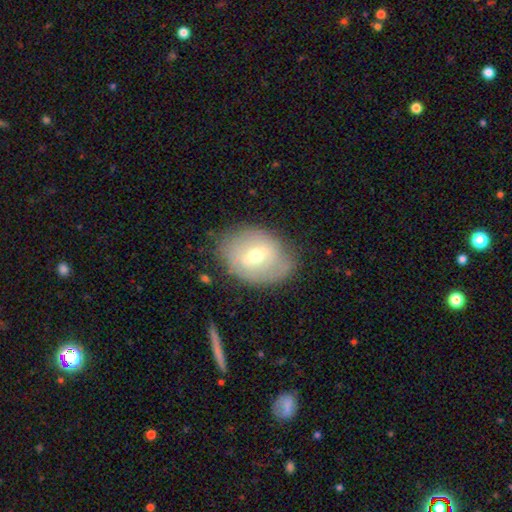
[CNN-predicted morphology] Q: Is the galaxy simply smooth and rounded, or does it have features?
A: featured or disk — 53%.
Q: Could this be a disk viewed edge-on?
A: no — 93%.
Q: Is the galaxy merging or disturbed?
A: none — 71%.